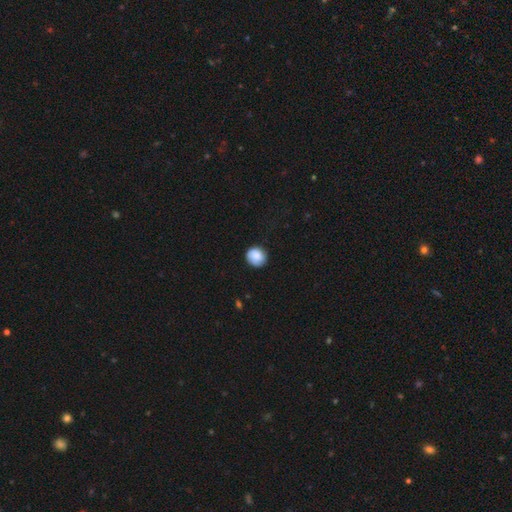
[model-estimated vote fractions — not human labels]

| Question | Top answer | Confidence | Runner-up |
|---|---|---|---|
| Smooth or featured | smooth | 79% | featured or disk (13%) |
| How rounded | round | 84% | in between (15%) |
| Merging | none | 78% | minor disturbance (17%) |